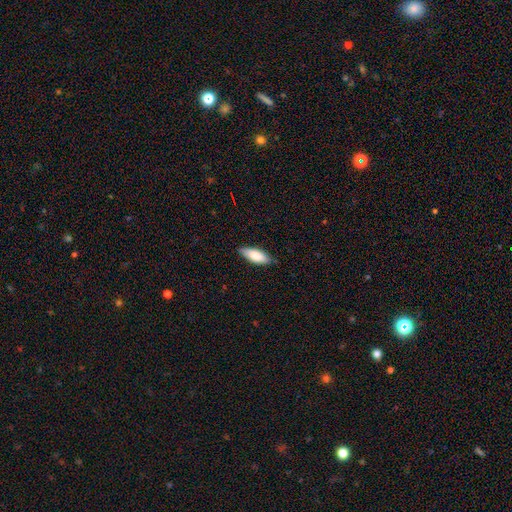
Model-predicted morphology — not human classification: smooth-or-featured: smooth: 82% | featured or disk: 12% | star or artifact: 5%
  how-rounded: in between: 73% | cigar-shaped: 25% | round: 2%
  merging: none: 83% | minor disturbance: 14% | major disturbance: 2% | merger: 1%